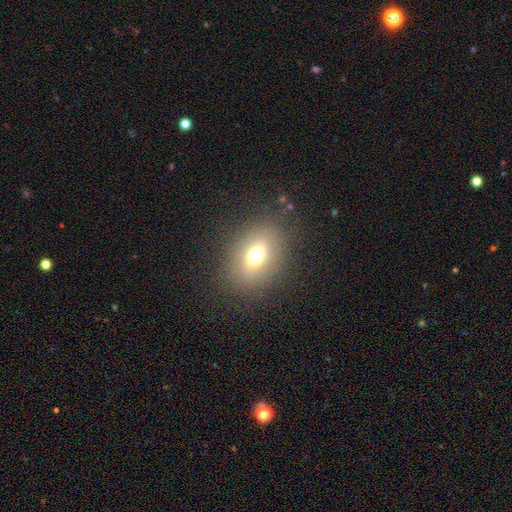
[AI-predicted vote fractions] A smooth galaxy with no disk features (68%) that is in between round and cigar-shaped (65%).

Vote fractions:
- Smooth or featured? smooth: 68% / featured or disk: 18% / star or artifact: 15%
- How rounded? in between: 65% / round: 34% / cigar-shaped: 2%
- Merging? none: 82% / minor disturbance: 10% / major disturbance: 6% / merger: 1%